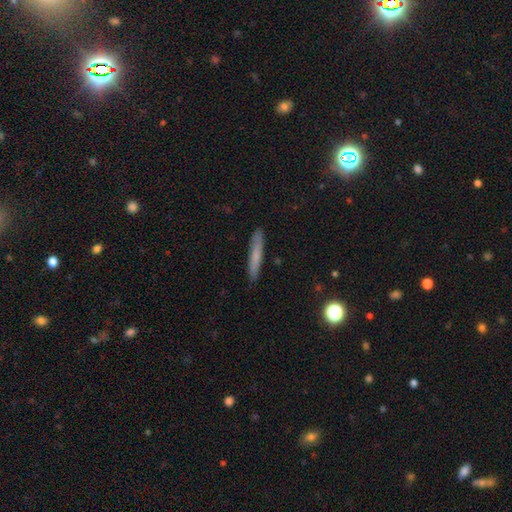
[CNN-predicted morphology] This is likely a smooth galaxy (65%). How rounded: clearly cigar-shaped (94%). Merging: clearly none (88%).